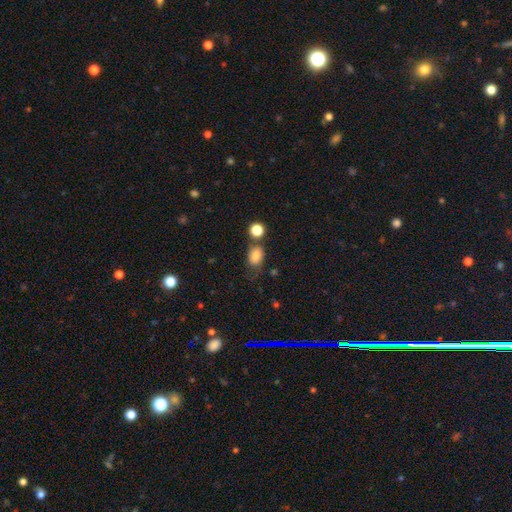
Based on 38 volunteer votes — Q: Smooth or featured?
A: smooth (79%); runner-up: featured or disk (11%)
Q: How rounded?
A: in between (70%); runner-up: round (27%)
Q: Merging?
A: none (38%); runner-up: merger (26%)